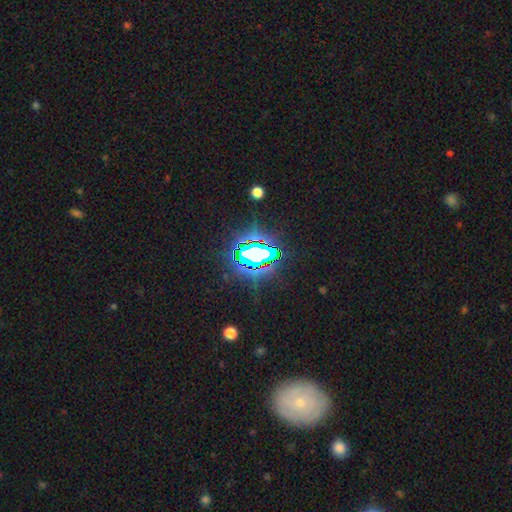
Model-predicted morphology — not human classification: Q: Smooth or featured?
A: star or artifact (75%); runner-up: smooth (13%)